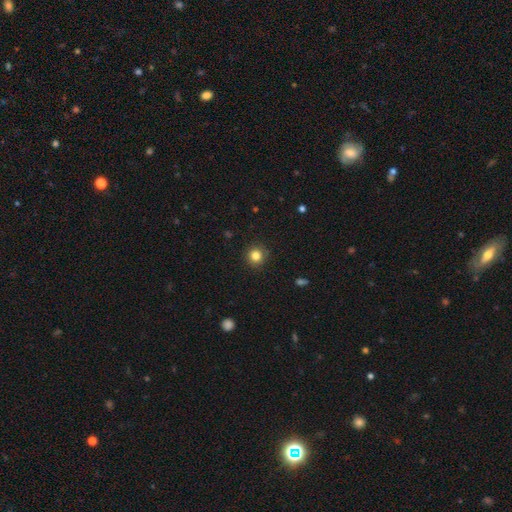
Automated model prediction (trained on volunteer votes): Q: Smooth or featured?
A: smooth (82%); runner-up: star or artifact (12%)
Q: How rounded?
A: round (93%); runner-up: in between (6%)
Q: Merging?
A: none (91%); runner-up: minor disturbance (6%)